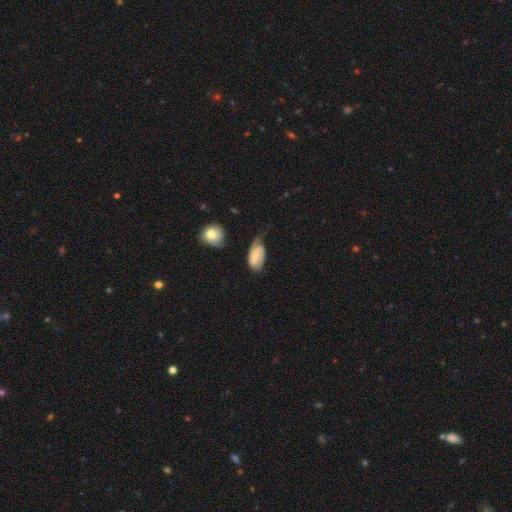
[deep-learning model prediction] Smooth or featured?
  - smooth: 49% *
  - featured or disk: 45%
  - star or artifact: 7%
Merging?
  - minor disturbance: 37% *
  - none: 31%
  - major disturbance: 27%
  - merger: 5%